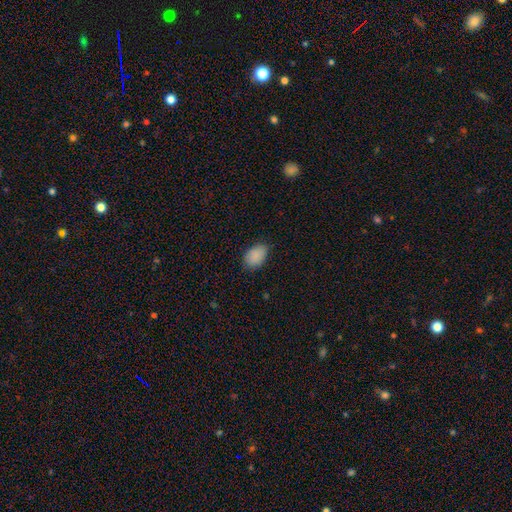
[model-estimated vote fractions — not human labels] smooth_or_featured: smooth (p=0.89) [alt: star or artifact p=0.07]
how_rounded: in between (p=0.86) [alt: round p=0.13]
merging: none (p=0.70) [alt: minor disturbance p=0.25]